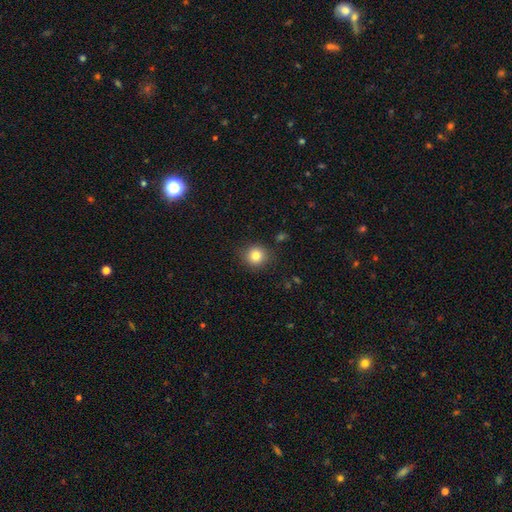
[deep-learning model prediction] smooth_or_featured: smooth (p=0.82) [alt: star or artifact p=0.11]
how_rounded: round (p=0.91) [alt: in between p=0.08]
merging: none (p=0.87) [alt: minor disturbance p=0.08]